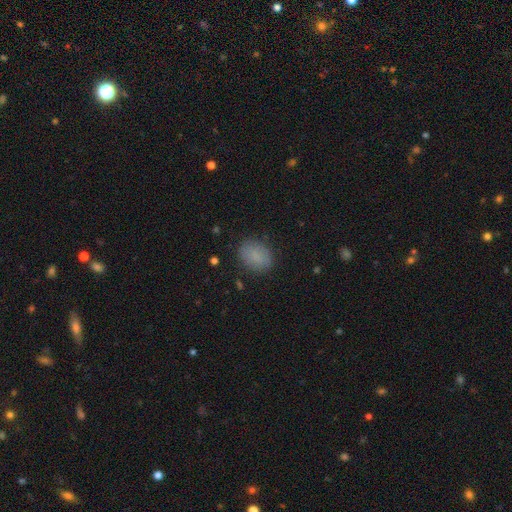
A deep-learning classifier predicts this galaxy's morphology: Overall: smooth (85%). How rounded: in between (69%; round 30%). Merging: none (84%).